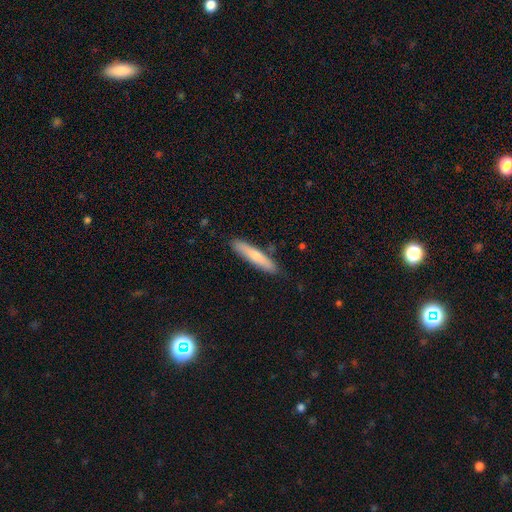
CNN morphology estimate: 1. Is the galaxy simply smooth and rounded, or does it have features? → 67% smooth, 27% featured or disk, 6% star or artifact.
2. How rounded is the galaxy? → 89% cigar-shaped, 10% in between, 1% round.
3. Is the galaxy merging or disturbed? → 86% none, 10% minor disturbance, 2% merger, 2% major disturbance.